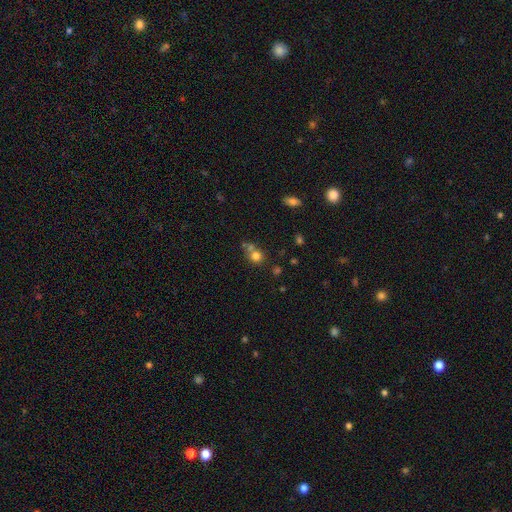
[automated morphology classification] Smooth or featured: smooth — 75% (star or artifact — 15%)
How rounded: round — 82% (in between — 17%)
Merging: none — 49% (merger — 36%)